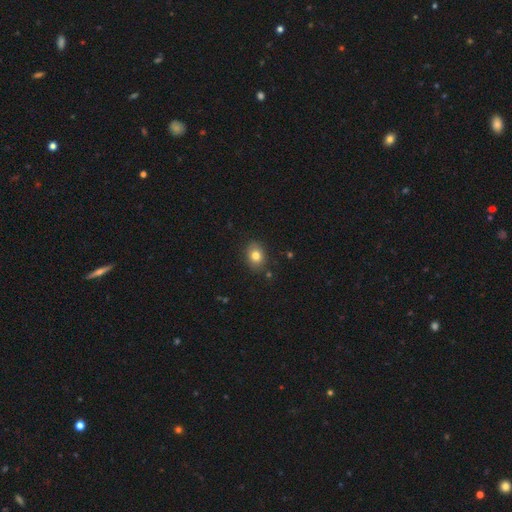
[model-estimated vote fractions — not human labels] Q: Smooth or featured?
A: smooth (80%); runner-up: star or artifact (10%)
Q: How rounded?
A: in between (56%); runner-up: round (43%)
Q: Merging?
A: none (85%); runner-up: minor disturbance (10%)